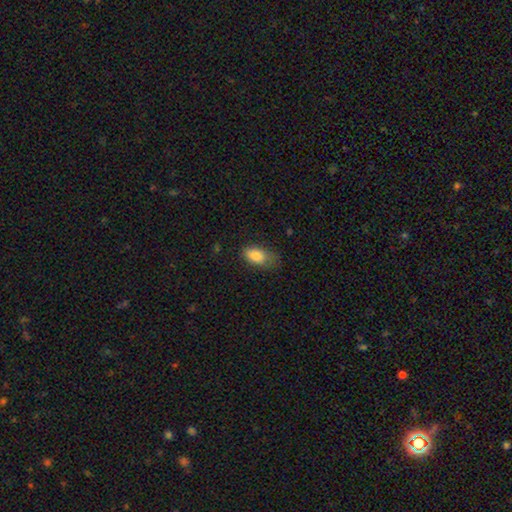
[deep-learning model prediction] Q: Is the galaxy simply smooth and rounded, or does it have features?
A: smooth — 83%.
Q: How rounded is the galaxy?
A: in between — 91%.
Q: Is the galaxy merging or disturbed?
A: none — 47%.